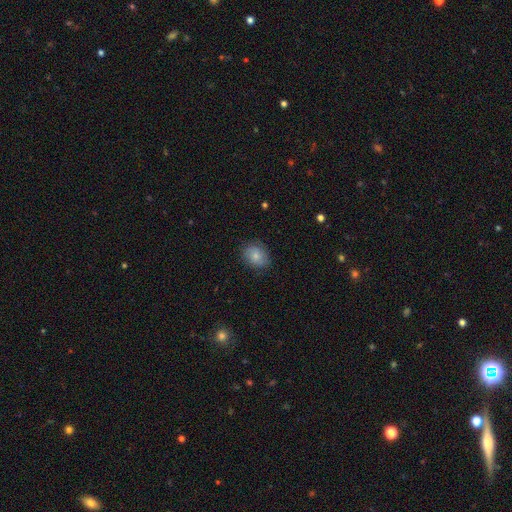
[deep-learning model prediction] This appears to be a smooth galaxy with no disk features (73%) that is round (51%). Merging: none (79%).